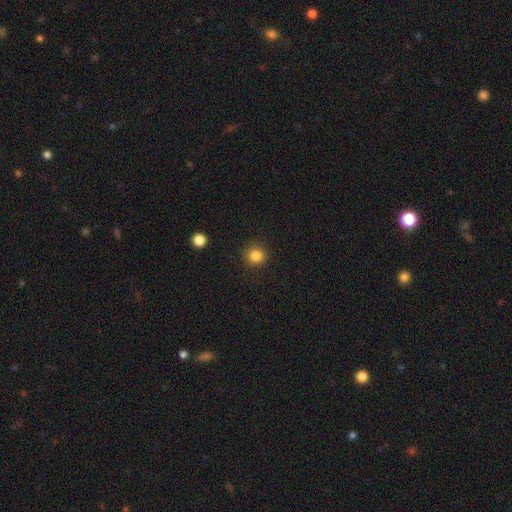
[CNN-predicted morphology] smooth_or_featured: smooth (p=0.84) [alt: star or artifact p=0.11]
how_rounded: round (p=0.91) [alt: in between p=0.08]
merging: none (p=0.90) [alt: minor disturbance p=0.06]